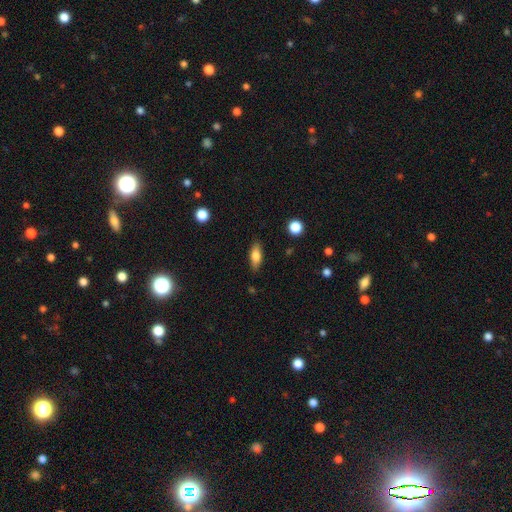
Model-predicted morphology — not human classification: Q: Smooth or featured?
A: smooth (75%); runner-up: featured or disk (17%)
Q: How rounded?
A: in between (74%); runner-up: cigar-shaped (22%)
Q: Merging?
A: none (84%); runner-up: minor disturbance (12%)